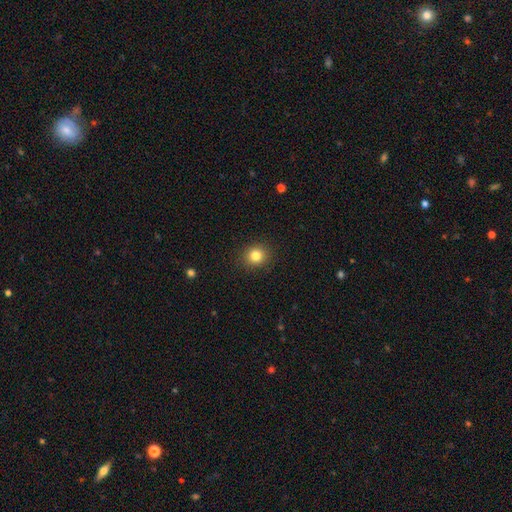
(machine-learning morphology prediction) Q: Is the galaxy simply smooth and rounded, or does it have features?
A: smooth — 83%.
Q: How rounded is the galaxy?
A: round — 86%.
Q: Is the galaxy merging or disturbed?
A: none — 91%.